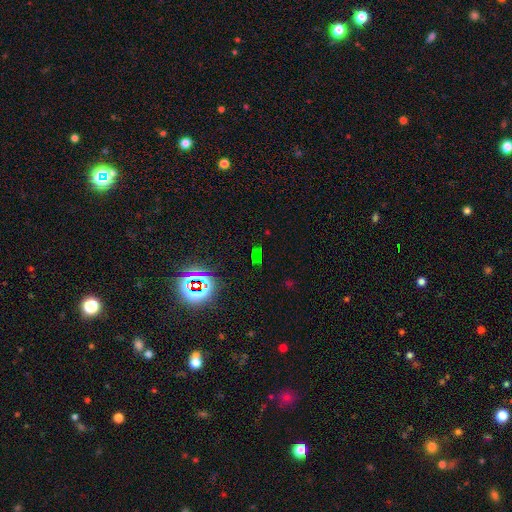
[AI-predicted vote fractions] Overall: star or artifact (75%).